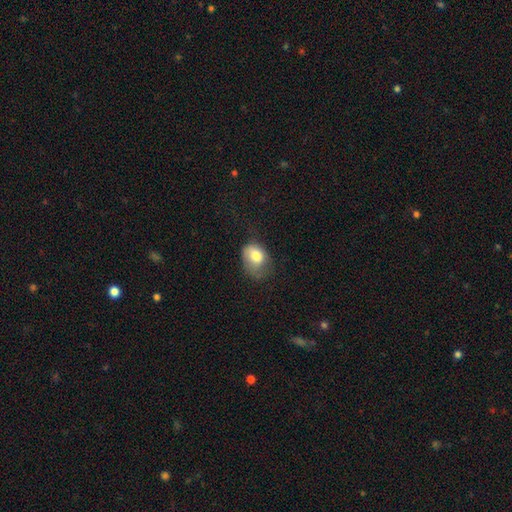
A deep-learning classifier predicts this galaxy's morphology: This appears to be a smooth galaxy with no disk features (77%) that is in between round and cigar-shaped (65%). Merging: minor disturbance (38%).